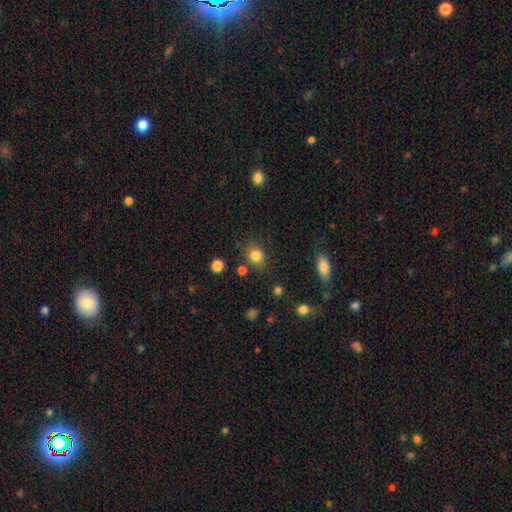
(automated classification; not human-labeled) smooth_or_featured: smooth (p=0.82) [alt: star or artifact p=0.12]
how_rounded: round (p=0.74) [alt: in between p=0.25]
merging: none (p=0.79) [alt: minor disturbance p=0.12]